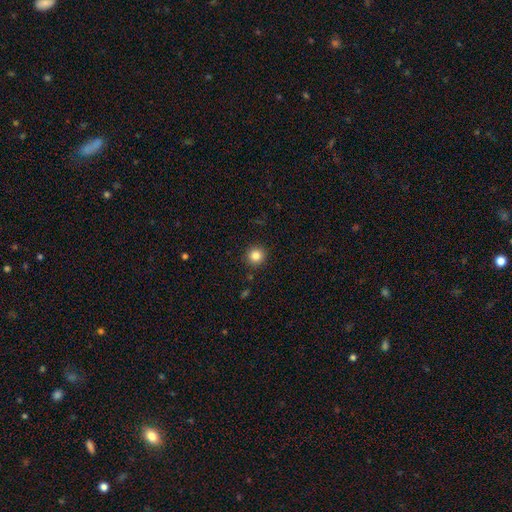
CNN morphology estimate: A smooth galaxy with no disk features (84%) that is round (94%).

Vote fractions:
- Smooth or featured? smooth: 84% / star or artifact: 11% / featured or disk: 5%
- How rounded? round: 94% / in between: 5% / cigar-shaped: 1%
- Merging? none: 91% / minor disturbance: 6% / major disturbance: 2% / merger: 1%